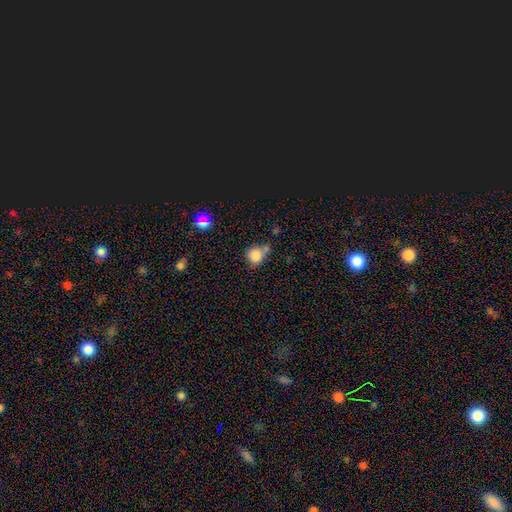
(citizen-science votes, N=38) Smooth or featured? 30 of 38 (79%) said smooth. How rounded? 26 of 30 (87%) said round. Merging? 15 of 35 (43%) said merger.